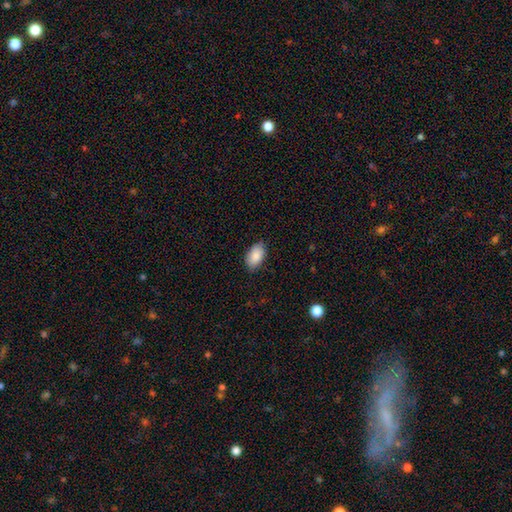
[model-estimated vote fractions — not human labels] This is clearly a smooth galaxy (87%). How rounded: clearly in between (94%). Merging: clearly none (82%).